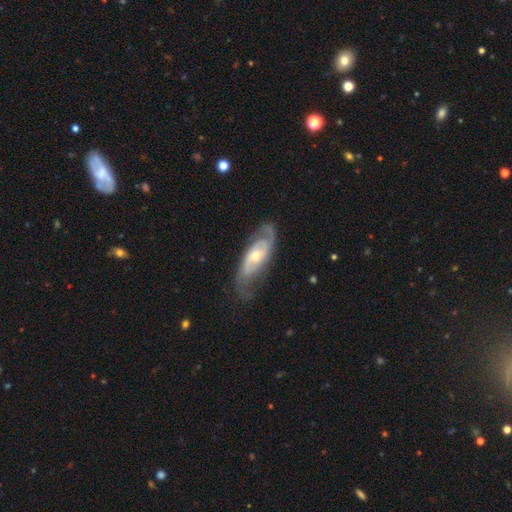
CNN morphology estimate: Smooth or featured? featured or disk (84%)
Edge-on disk? no (90%)
Bar? no (62%)
Spiral arms? yes (94%)
Spiral winding? medium (43%)
Spiral arm count? 2 (73%)
Bulge size? moderate (54%)
Merging? none (68%)